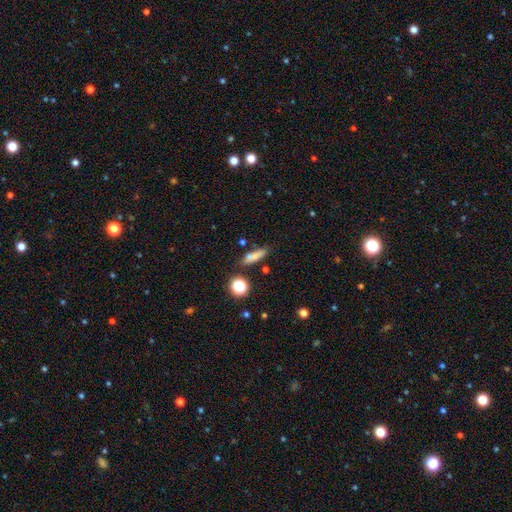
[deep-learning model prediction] This appears to be a smooth galaxy with no disk features (72%) that is cigar-shaped (67%). Merging: none (73%).